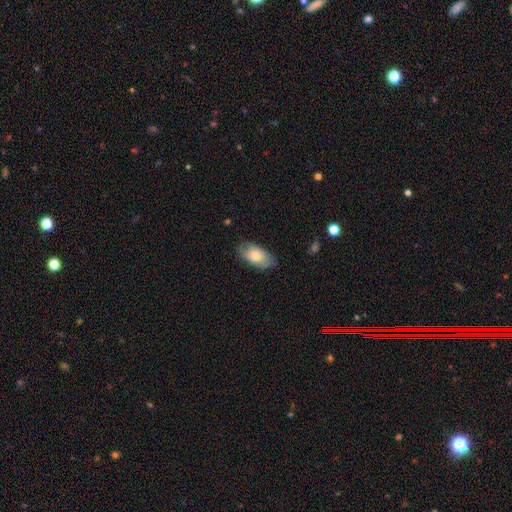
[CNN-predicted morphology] Q: Smooth or featured?
A: smooth (72%); runner-up: featured or disk (22%)
Q: How rounded?
A: in between (93%); runner-up: round (4%)
Q: Merging?
A: none (74%); runner-up: minor disturbance (21%)